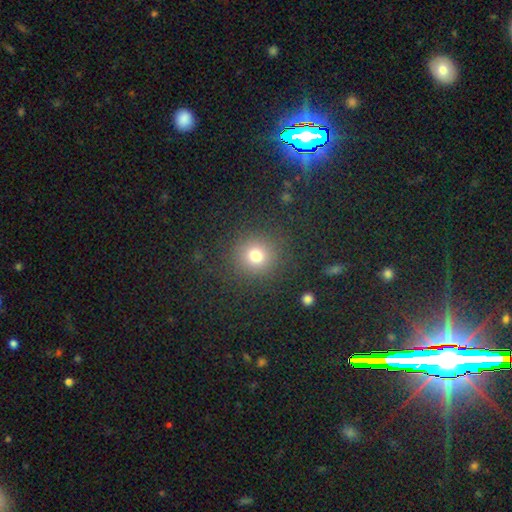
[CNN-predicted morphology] Overall: smooth (75%). How rounded: round (92%). Merging: none (88%).